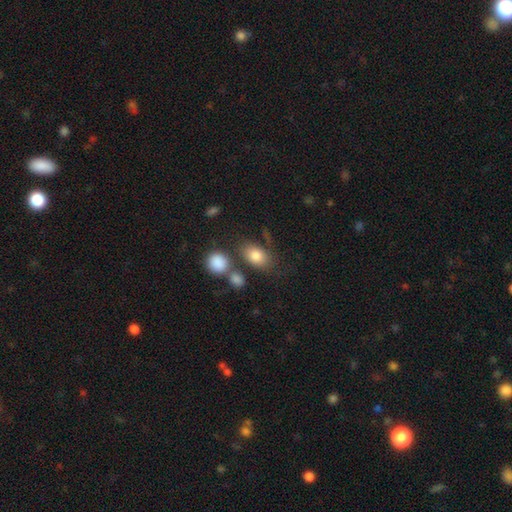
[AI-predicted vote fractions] This is clearly a smooth galaxy (81%). How rounded: clearly in between (82%). Merging: likely none (60%).